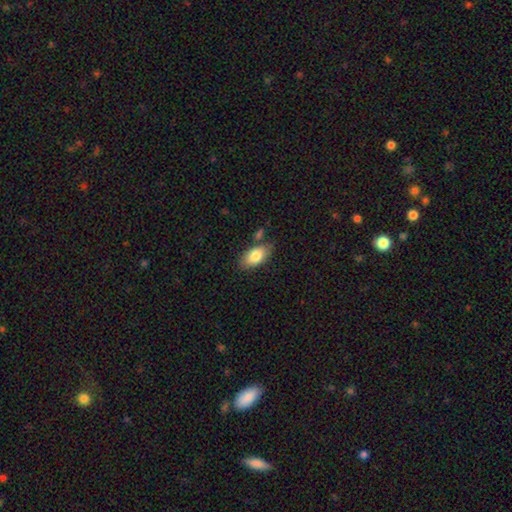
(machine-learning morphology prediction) smooth_or_featured: smooth (p=0.81) [alt: featured or disk p=0.13]
how_rounded: in between (p=0.92) [alt: round p=0.04]
merging: none (p=0.71) [alt: minor disturbance p=0.17]